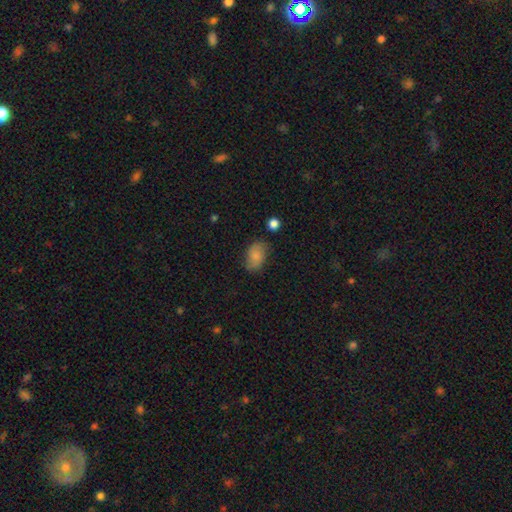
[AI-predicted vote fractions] This appears to be a smooth galaxy with no disk features (77%) that is in between round and cigar-shaped (87%). Merging: none (69%).